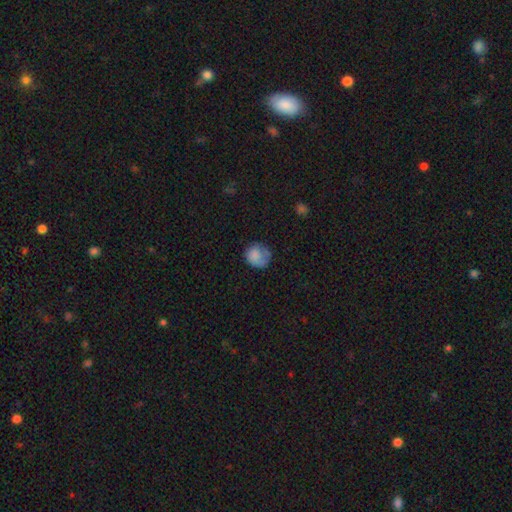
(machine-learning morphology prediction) The model was most divided on "merging": none: 55%, minor disturbance: 28%, major disturbance: 14%, merger: 3%. More confident: how rounded — round (79%); smooth or featured — smooth (78%).